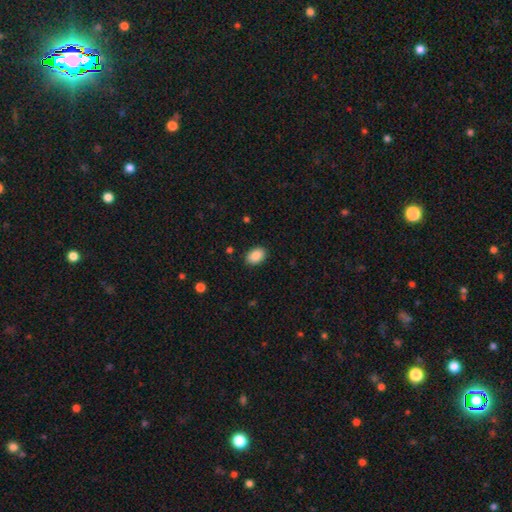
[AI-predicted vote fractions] Smooth or featured? Predicted: smooth (p=0.88). How rounded? Predicted: in between (p=0.81). Merging? Predicted: none (p=0.89).